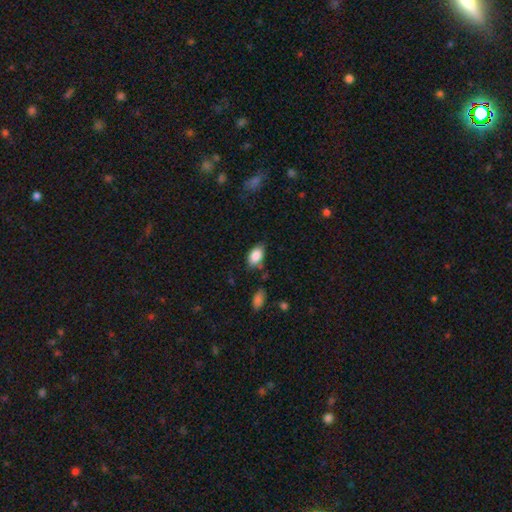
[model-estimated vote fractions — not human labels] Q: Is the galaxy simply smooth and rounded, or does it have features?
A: smooth — 87%.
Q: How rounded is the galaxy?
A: in between — 90%.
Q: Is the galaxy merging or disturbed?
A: none — 69%.